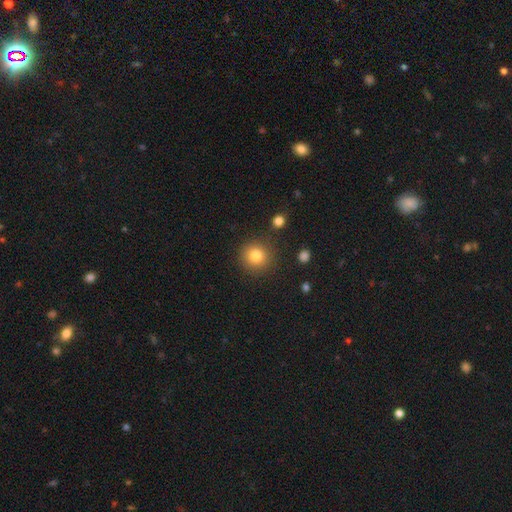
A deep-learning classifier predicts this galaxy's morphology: Overall: smooth (82%). How rounded: round (93%). Merging: none (87%).